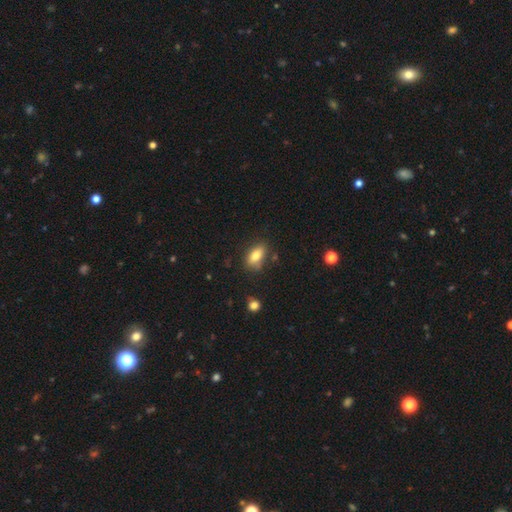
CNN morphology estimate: Smooth or featured? smooth (79%)
How rounded? in between (86%)
Merging? none (73%)